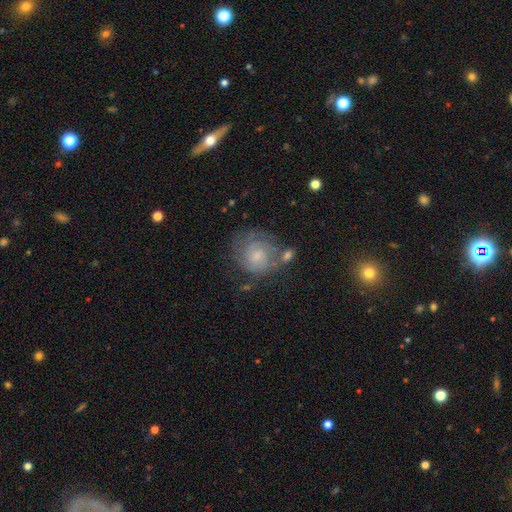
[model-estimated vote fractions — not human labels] featured or disk 55%, smooth 35%, star or artifact 10%. Down the decision tree: edge-on disk — no (97%); bar — no (66%); spiral arms — yes (79%); bulge size — small (51%); merging — none (56%).